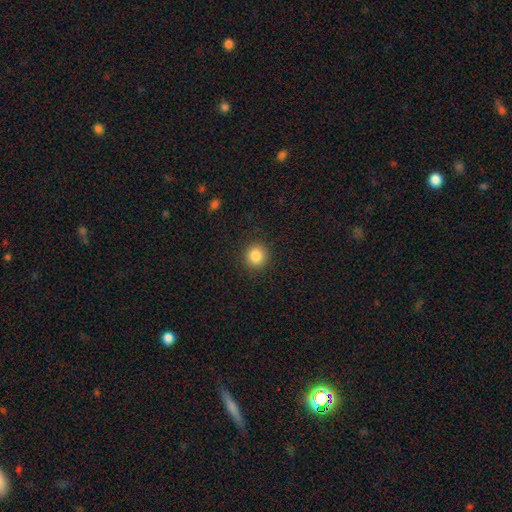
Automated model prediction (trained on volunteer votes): This is clearly a smooth galaxy (85%). How rounded: clearly round (90%). Merging: clearly none (91%).